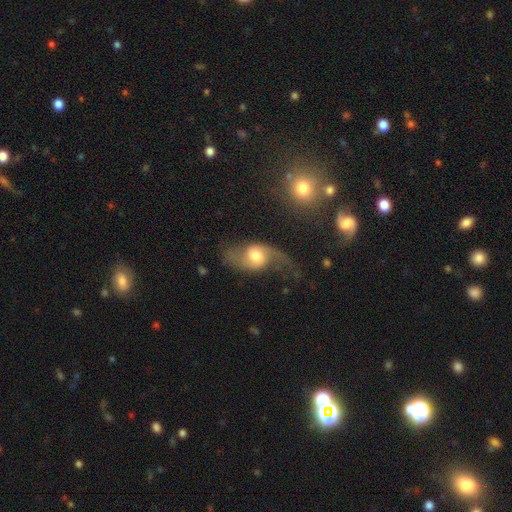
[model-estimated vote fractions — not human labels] Morphology: type=featured or disk (73%); edge-on=no (95%); bar=no (49%); spiral arms=yes (91%); winding=loose (71%); arm count=2 (86%); bulge=moderate (62%); merging=none (51%).